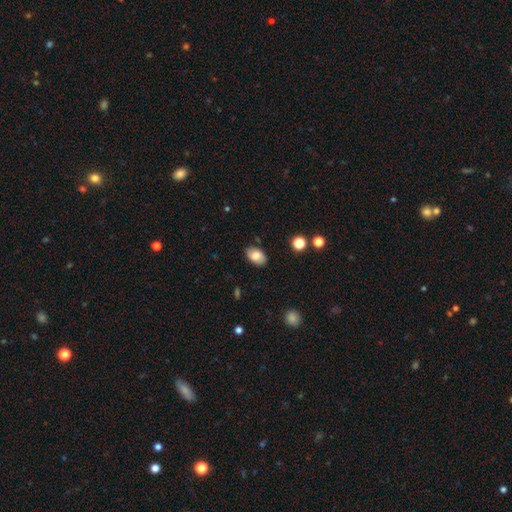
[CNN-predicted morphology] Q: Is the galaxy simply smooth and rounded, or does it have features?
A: smooth — 77%.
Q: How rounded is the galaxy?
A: in between — 91%.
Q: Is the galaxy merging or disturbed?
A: none — 84%.